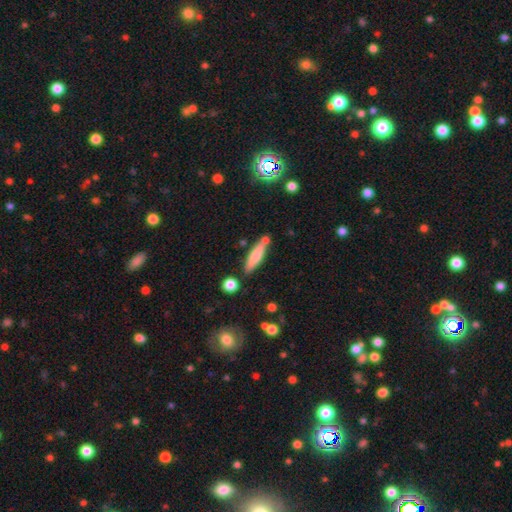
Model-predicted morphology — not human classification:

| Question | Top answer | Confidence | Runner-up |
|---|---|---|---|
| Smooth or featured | smooth | 76% | featured or disk (18%) |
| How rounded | cigar-shaped | 74% | in between (24%) |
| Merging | none | 70% | minor disturbance (15%) |